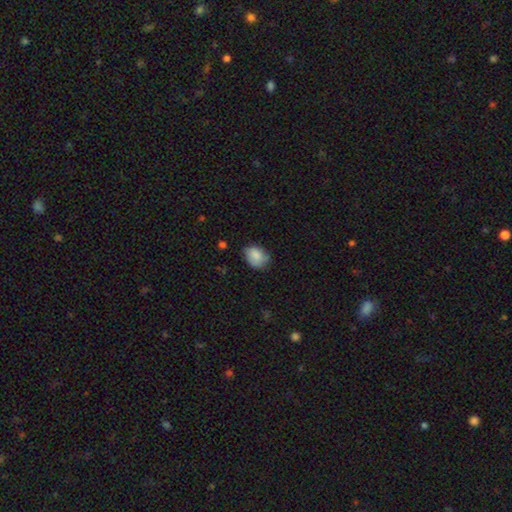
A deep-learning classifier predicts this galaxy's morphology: Smooth or featured? smooth (84%)
How rounded? in between (61%)
Merging? none (62%)